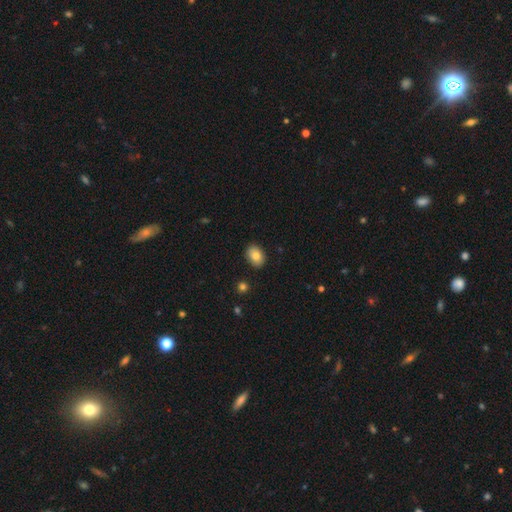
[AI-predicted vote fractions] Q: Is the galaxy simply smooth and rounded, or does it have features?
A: smooth — 82%.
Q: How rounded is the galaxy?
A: in between — 78%.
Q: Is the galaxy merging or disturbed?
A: none — 89%.